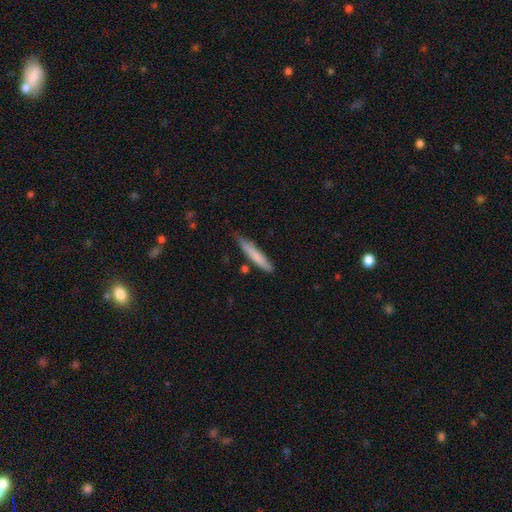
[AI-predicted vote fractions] Smooth or featured?
  - smooth: 75% *
  - featured or disk: 19%
  - star or artifact: 6%
How rounded?
  - cigar-shaped: 93% *
  - in between: 5%
  - round: 1%
Merging?
  - none: 77% *
  - minor disturbance: 17%
  - merger: 3%
  - major disturbance: 2%